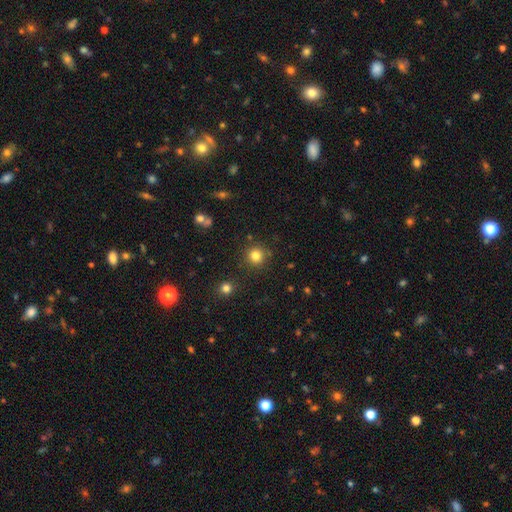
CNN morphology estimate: smooth_or_featured: smooth (p=0.82) [alt: star or artifact p=0.13]
how_rounded: round (p=0.94) [alt: in between p=0.05]
merging: none (p=0.87) [alt: minor disturbance p=0.07]